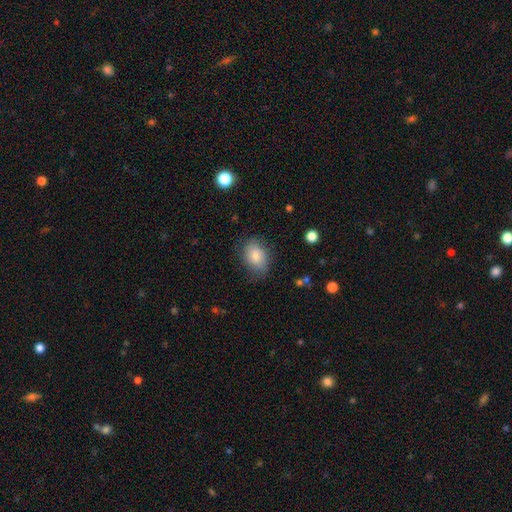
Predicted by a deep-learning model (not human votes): Smooth or featured? Predicted: smooth (p=0.83). How rounded? Predicted: in between (p=0.77). Merging? Predicted: none (p=0.70).